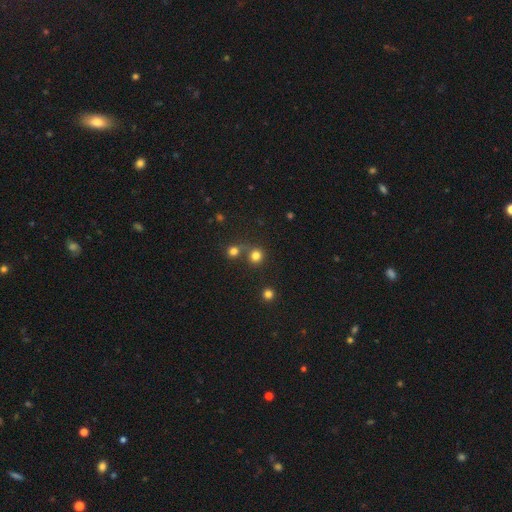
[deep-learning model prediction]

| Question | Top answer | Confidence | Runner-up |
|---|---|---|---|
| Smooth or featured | smooth | 78% | star or artifact (16%) |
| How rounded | round | 90% | in between (9%) |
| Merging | none | 66% | merger (23%) |